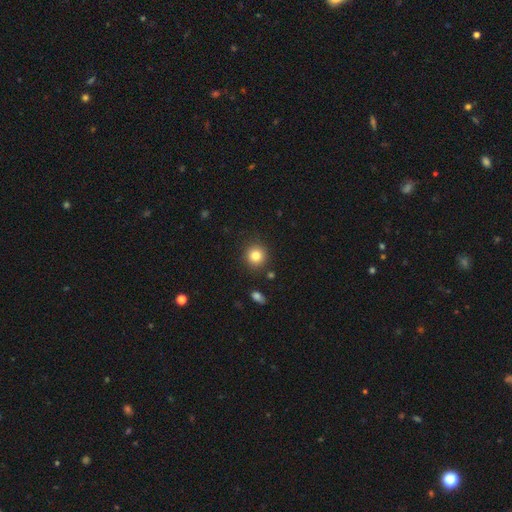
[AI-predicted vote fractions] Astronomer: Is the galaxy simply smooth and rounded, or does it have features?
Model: smooth — 82%.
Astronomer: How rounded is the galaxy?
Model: round — 92%.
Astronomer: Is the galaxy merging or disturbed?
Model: none — 89%.